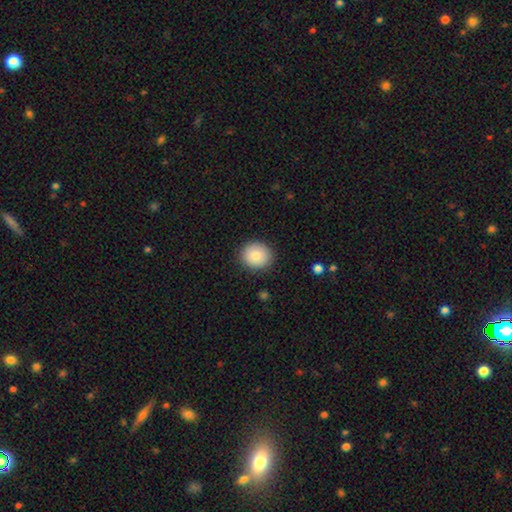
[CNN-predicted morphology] Smooth or featured: smooth — 86% (star or artifact — 8%)
How rounded: round — 84% (in between — 15%)
Merging: none — 89% (minor disturbance — 7%)